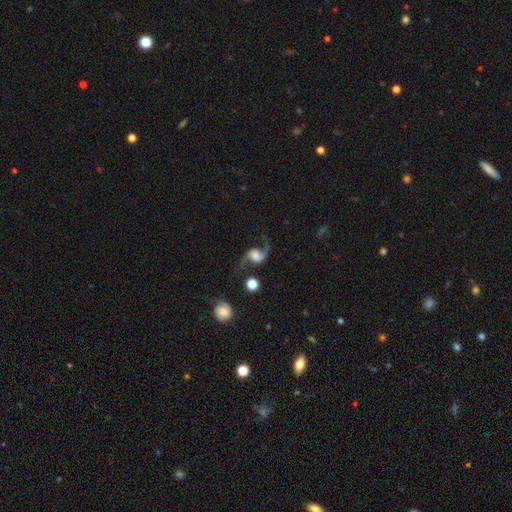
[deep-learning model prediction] The model was most divided on "bar": no: 44%, weak: 41%, strong: 15%. Remaining: edge-on disk — no (98%); spiral arms — yes (97%); spiral arm count — 2 (92%); smooth or featured — featured or disk (87%); spiral winding — loose (80%); merging — none (69%); bulge size — moderate (28%).